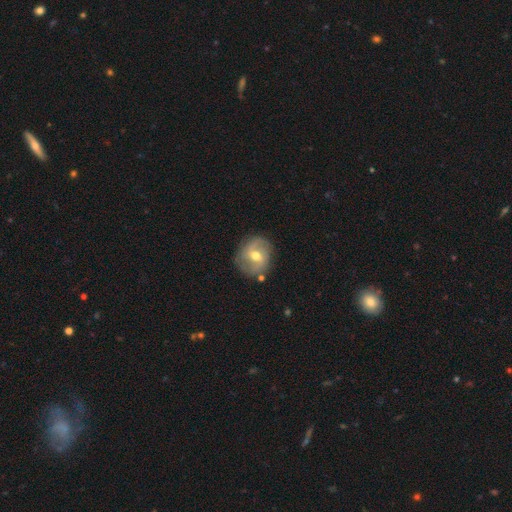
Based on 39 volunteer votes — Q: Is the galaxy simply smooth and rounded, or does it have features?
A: featured or disk — 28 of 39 (72%).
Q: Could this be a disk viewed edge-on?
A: no — 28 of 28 (100%).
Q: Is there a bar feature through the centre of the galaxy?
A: no — 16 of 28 (57%).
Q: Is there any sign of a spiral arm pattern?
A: yes — 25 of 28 (89%).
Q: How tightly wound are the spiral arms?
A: medium — 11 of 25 (44%).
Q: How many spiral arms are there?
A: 2 — 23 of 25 (92%).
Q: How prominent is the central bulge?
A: moderate — 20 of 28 (71%).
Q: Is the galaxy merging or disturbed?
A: none — 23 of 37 (62%).